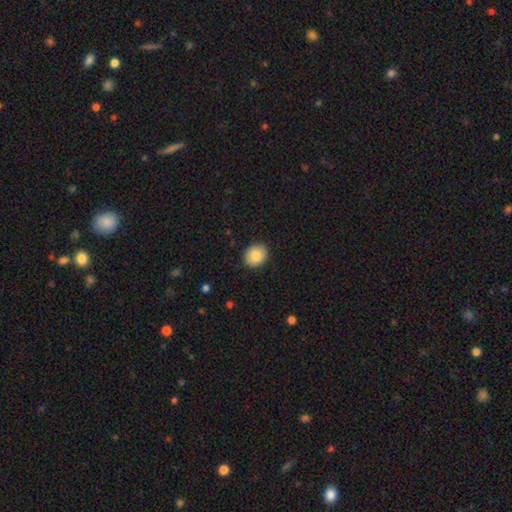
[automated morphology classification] smooth 84%, star or artifact 8%, featured or disk 8%. Down the decision tree: how rounded — round (65%); merging — none (89%).